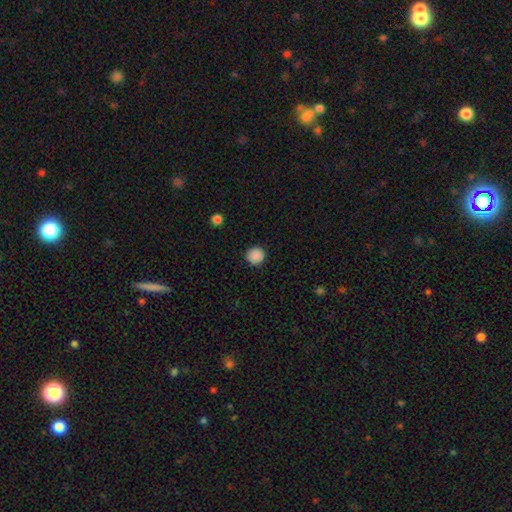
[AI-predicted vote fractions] Smooth or featured? smooth (88%)
How rounded? round (93%)
Merging? none (91%)